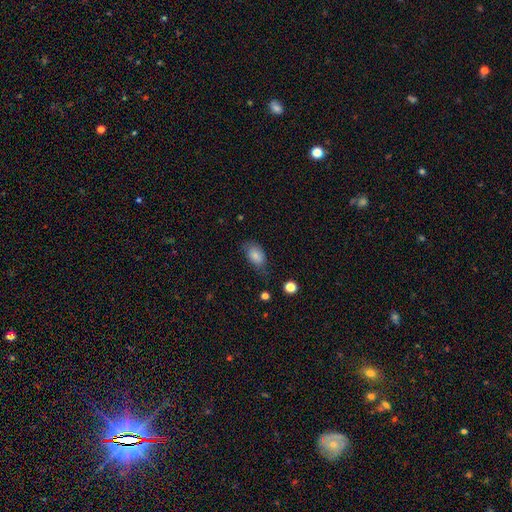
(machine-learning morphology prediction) smooth 83%, featured or disk 9%, star or artifact 8%. Down the decision tree: how rounded — in between (88%); merging — none (63%).